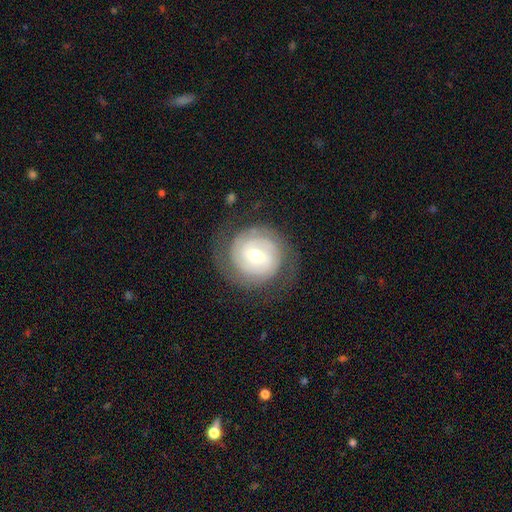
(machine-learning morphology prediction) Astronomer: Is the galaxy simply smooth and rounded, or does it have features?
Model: featured or disk — 81%.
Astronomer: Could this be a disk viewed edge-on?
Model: no — 97%.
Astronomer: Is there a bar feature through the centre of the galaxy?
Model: weak — 52%.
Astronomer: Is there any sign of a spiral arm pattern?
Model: yes — 93%.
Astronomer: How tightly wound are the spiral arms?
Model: tight — 69%.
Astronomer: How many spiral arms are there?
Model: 2 — 65%.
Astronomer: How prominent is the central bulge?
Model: moderate — 59% (runner-up: small, 35%).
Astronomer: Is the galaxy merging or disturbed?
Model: none — 77%.